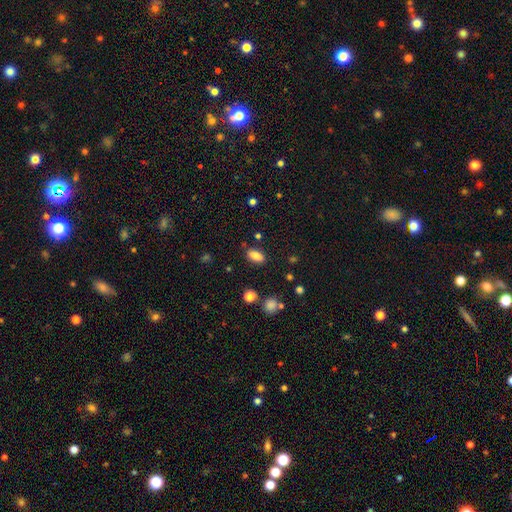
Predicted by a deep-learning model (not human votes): smooth 84%, star or artifact 9%, featured or disk 7%. Down the decision tree: how rounded — in between (89%); merging — none (85%).